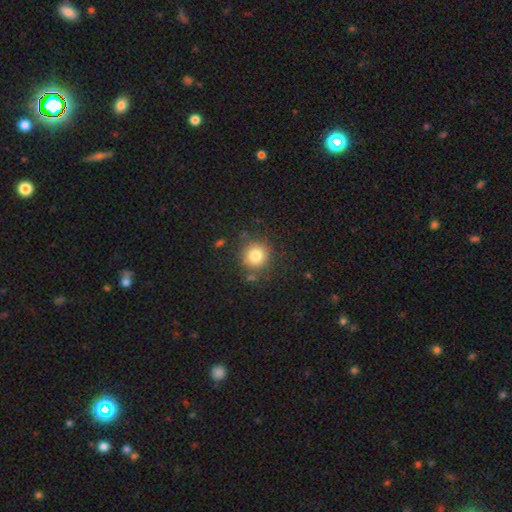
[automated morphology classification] type=smooth (82%); roundness=round (92%); merging=none (82%).